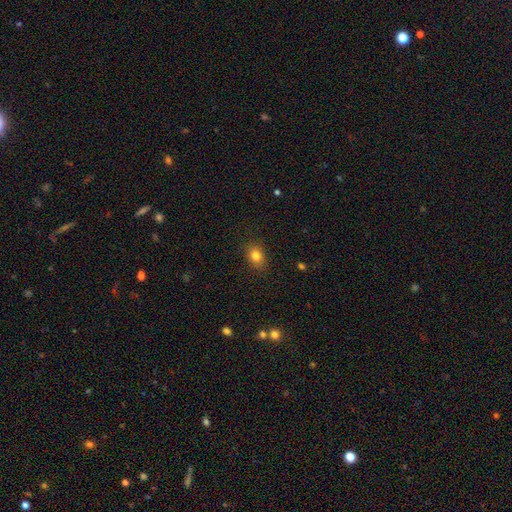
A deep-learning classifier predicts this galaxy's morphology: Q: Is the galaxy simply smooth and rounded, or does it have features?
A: smooth — 82%.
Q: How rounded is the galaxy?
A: in between — 57%.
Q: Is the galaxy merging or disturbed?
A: none — 87%.